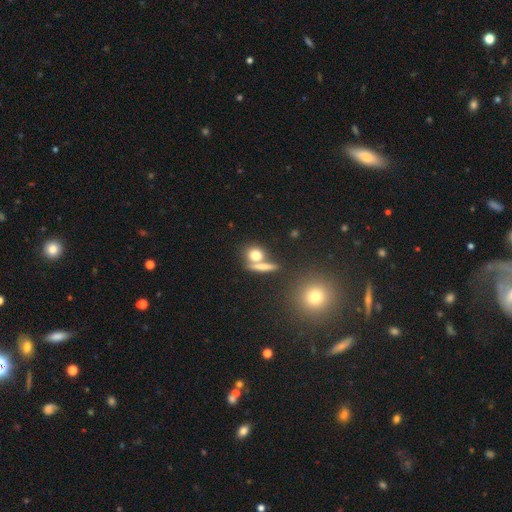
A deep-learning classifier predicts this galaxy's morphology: Smooth or featured? smooth (73%)
How rounded? round (70%)
Merging? none (58%)